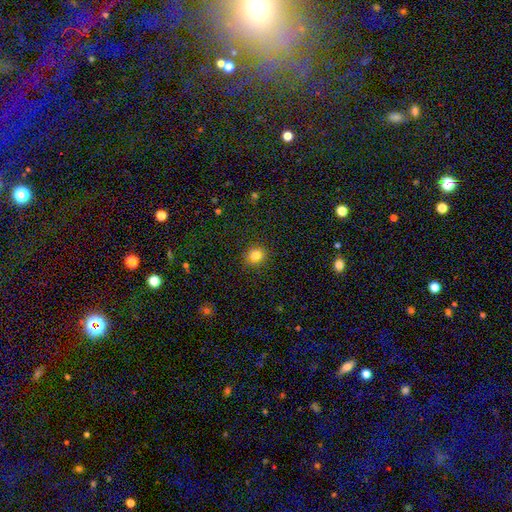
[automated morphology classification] Overall: smooth (83%). How rounded: round (86%). Merging: none (90%).